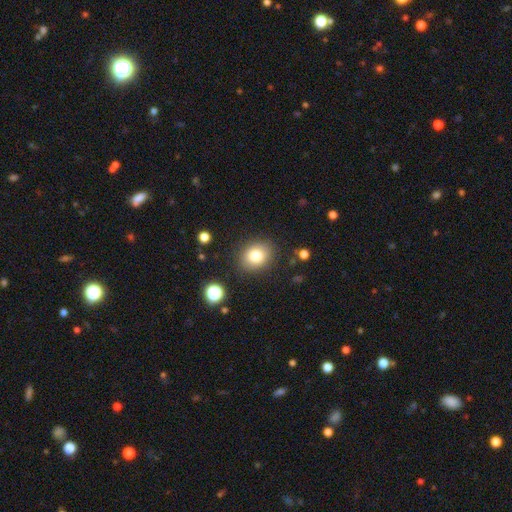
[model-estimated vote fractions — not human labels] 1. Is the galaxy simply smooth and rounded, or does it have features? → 80% smooth, 11% star or artifact, 9% featured or disk.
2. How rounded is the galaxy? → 58% round, 41% in between, 1% cigar-shaped.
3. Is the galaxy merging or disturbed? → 85% none, 9% minor disturbance, 3% major disturbance, 2% merger.